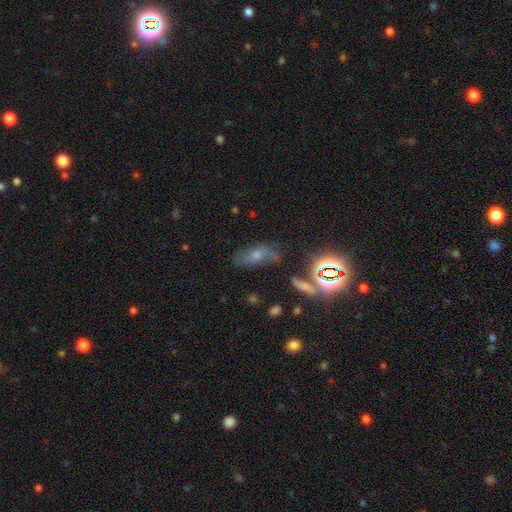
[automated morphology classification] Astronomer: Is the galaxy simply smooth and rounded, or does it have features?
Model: star or artifact — 35%, tied with smooth at 35%.